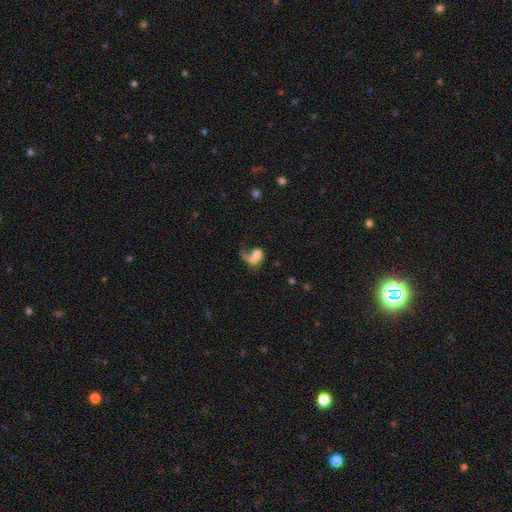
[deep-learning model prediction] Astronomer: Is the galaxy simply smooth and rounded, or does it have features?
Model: featured or disk — 47% (runner-up: smooth, 43%).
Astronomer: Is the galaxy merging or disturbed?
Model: major disturbance — 49% (runner-up: none, 26%).